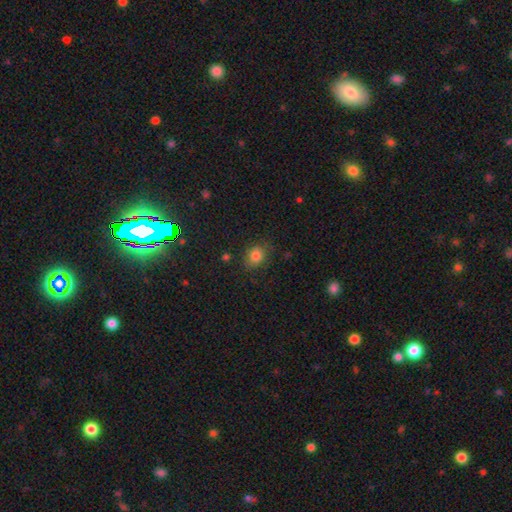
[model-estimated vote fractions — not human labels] smooth_or_featured: smooth (p=0.82) [alt: star or artifact p=0.12]
how_rounded: in between (p=0.52) [alt: round p=0.47]
merging: none (p=0.78) [alt: minor disturbance p=0.16]